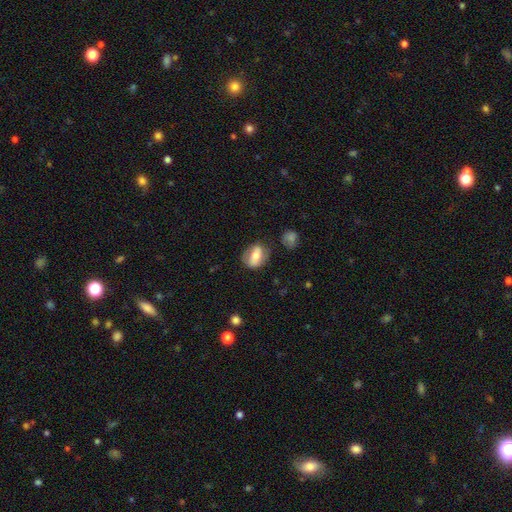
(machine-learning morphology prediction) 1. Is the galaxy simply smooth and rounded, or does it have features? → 55% smooth, 38% featured or disk, 7% star or artifact.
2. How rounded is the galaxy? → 73% in between, 23% round, 4% cigar-shaped.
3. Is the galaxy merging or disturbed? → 68% none, 21% minor disturbance, 8% major disturbance, 3% merger.